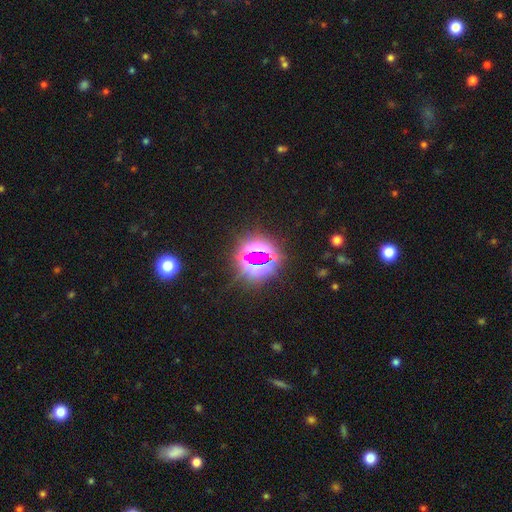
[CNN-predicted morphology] Q: Smooth or featured?
A: star or artifact (78%); runner-up: smooth (13%)